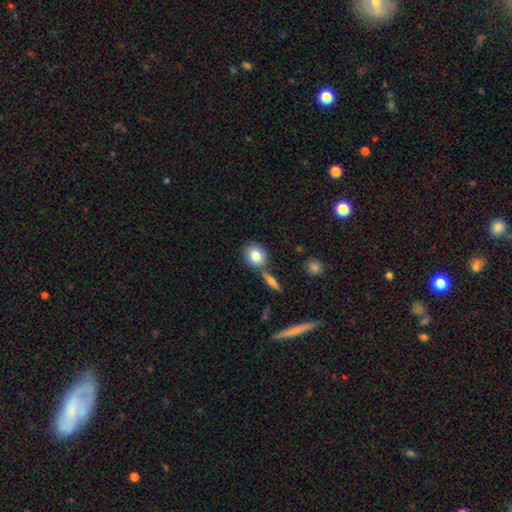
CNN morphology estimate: Smooth or featured?
  - smooth: 80% *
  - featured or disk: 12%
  - star or artifact: 8%
How rounded?
  - round: 69% *
  - in between: 29%
  - cigar-shaped: 2%
Merging?
  - none: 64% *
  - merger: 21%
  - minor disturbance: 12%
  - major disturbance: 4%